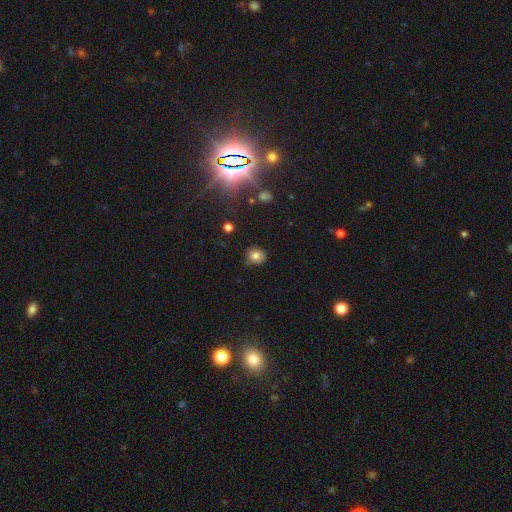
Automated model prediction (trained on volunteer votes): Smooth or featured? smooth (80%)
How rounded? round (76%)
Merging? none (80%)